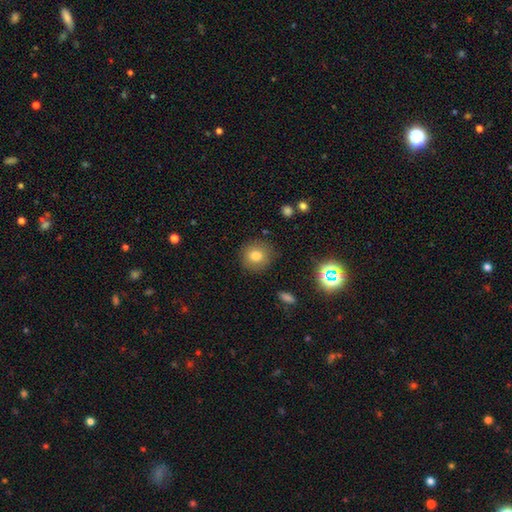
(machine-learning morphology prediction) A smooth galaxy with no disk features (77%) that is round (90%). Merging: none (86%).